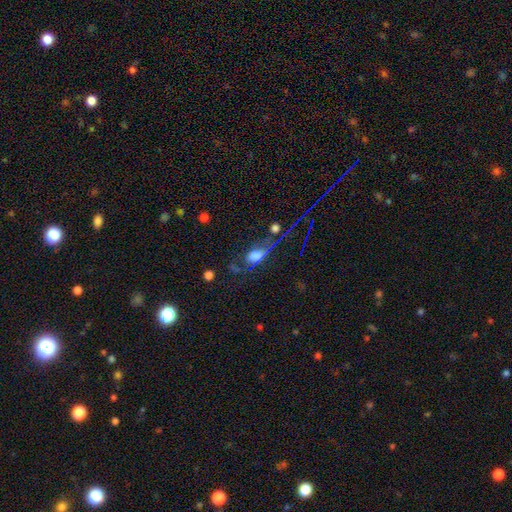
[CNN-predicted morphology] Overall: smooth (52%; featured or disk 30%). How rounded: in between (77%). Merging: none (40%; major disturbance 29%).